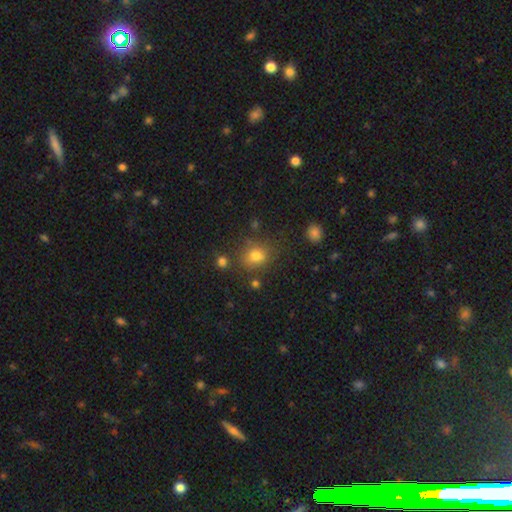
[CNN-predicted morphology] The model was most divided on "how rounded": round: 59%, in between: 39%, cigar-shaped: 1%. More confident: smooth or featured — smooth (77%); merging — none (71%).